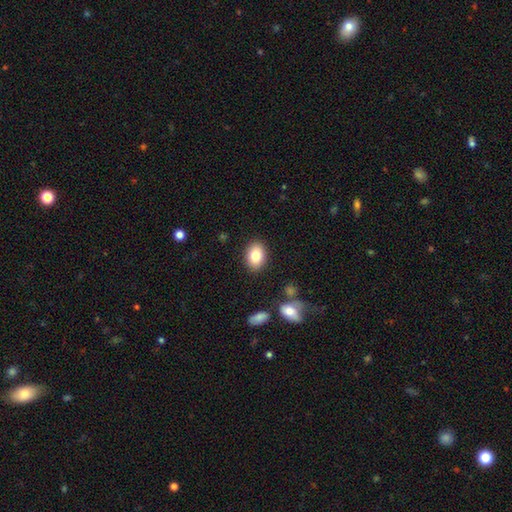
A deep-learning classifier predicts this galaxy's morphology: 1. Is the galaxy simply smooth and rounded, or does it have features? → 83% smooth, 9% featured or disk, 8% star or artifact.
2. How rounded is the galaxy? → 80% in between, 19% round, 1% cigar-shaped.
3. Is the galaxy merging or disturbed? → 87% none, 9% minor disturbance, 2% major disturbance, 2% merger.